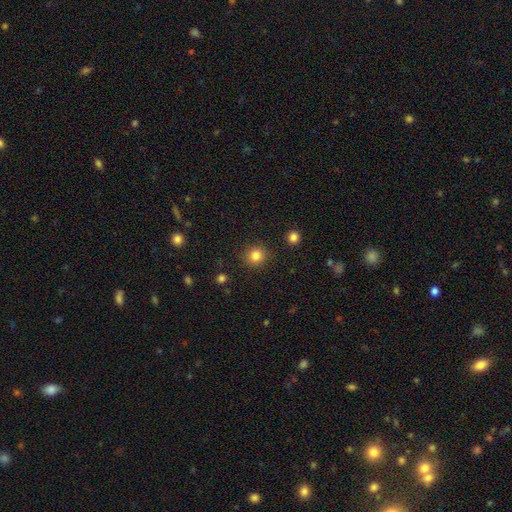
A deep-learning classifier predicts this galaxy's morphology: Smooth or featured: smooth — 84% (star or artifact — 12%)
How rounded: round — 91% (in between — 8%)
Merging: none — 90% (minor disturbance — 6%)